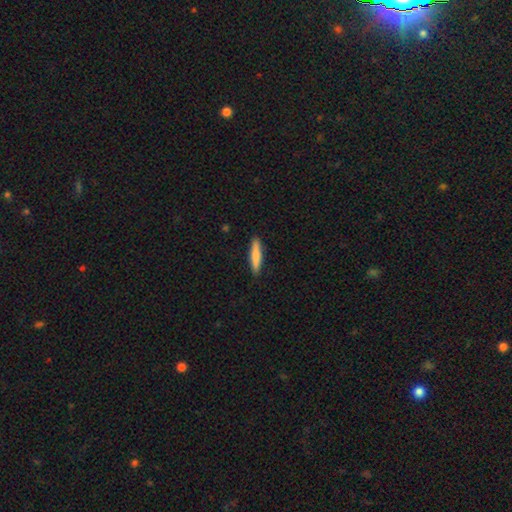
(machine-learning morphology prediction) A smooth galaxy with no disk features (79%) that is cigar-shaped (88%).

Vote fractions:
- Smooth or featured? smooth: 79% / featured or disk: 16% / star or artifact: 5%
- How rounded? cigar-shaped: 88% / in between: 11% / round: 1%
- Merging? none: 90% / minor disturbance: 7% / major disturbance: 1% / merger: 1%